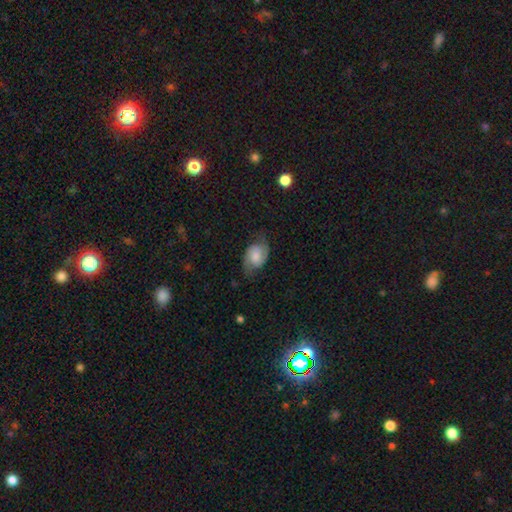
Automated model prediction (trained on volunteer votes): smooth-or-featured: featured or disk: 57% | smooth: 35% | star or artifact: 8%
  disk-edge-on: no: 96% | yes: 4%
    bar: no: 52% | weak: 39% | strong: 9%
    has-spiral-arms: yes: 90% | no: 10%
    bulge-size: moderate: 43% | small: 26% | large: 16% | none: 11% | dominant: 3%
  merging: none: 65% | minor disturbance: 23% | major disturbance: 11% | merger: 1%